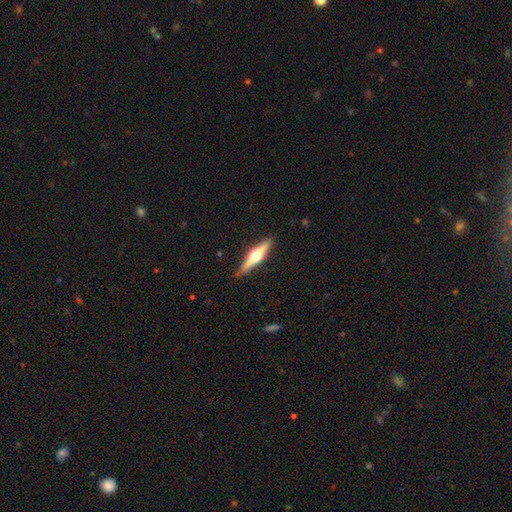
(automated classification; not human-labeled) Morphology: type=featured or disk (68%); edge-on=yes (98%); edge-on bulge=rounded (94%); merging=none (87%).